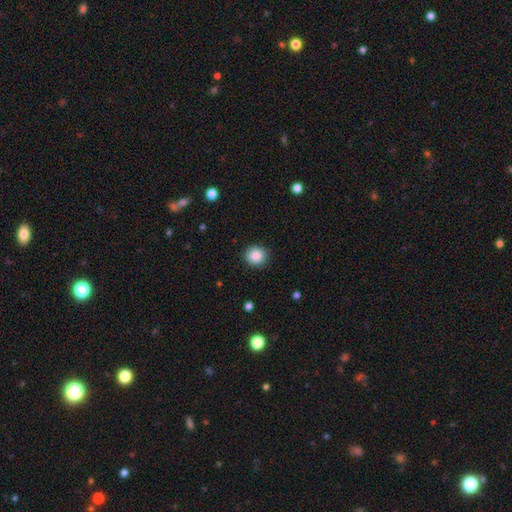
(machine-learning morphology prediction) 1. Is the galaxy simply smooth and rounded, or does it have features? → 87% smooth, 9% star or artifact, 4% featured or disk.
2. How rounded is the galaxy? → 85% round, 14% in between, 1% cigar-shaped.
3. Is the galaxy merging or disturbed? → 89% none, 7% minor disturbance, 2% major disturbance, 1% merger.